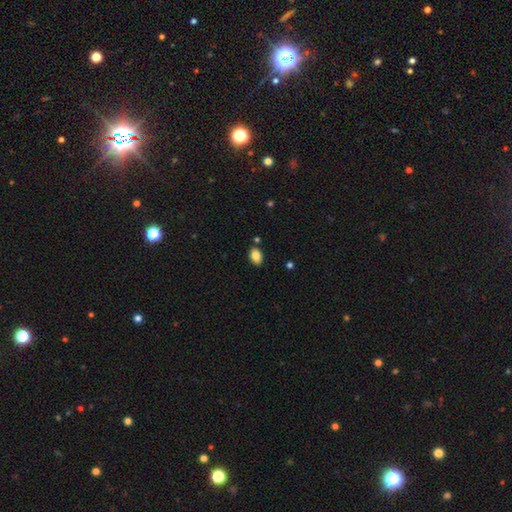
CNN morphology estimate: This appears to be a smooth galaxy with no disk features (84%) that is in between round and cigar-shaped (85%). Merging: none (84%).